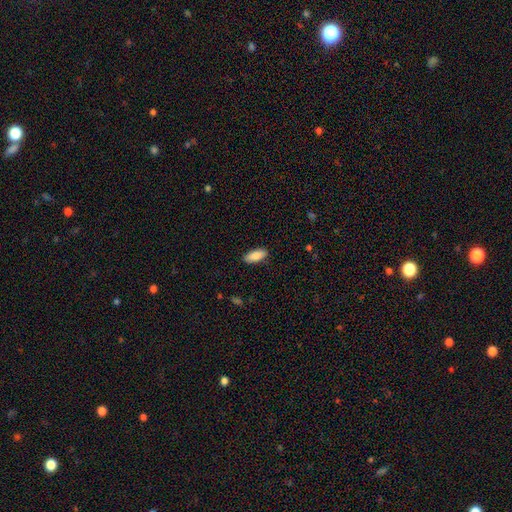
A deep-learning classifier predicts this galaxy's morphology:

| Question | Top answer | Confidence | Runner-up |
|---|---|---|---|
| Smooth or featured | smooth | 87% | featured or disk (7%) |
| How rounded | in between | 78% | cigar-shaped (20%) |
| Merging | none | 88% | minor disturbance (9%) |